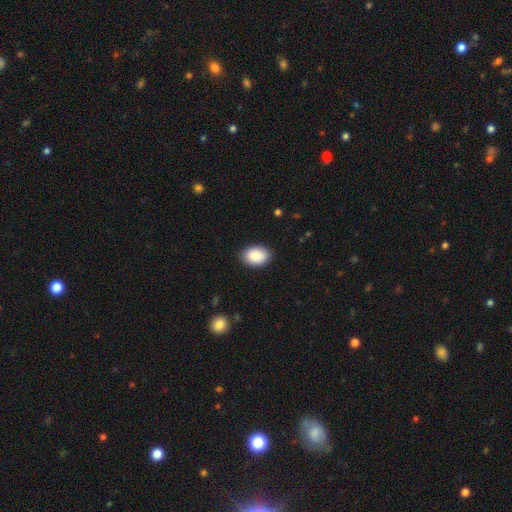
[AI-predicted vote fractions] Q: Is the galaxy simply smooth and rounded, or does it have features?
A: smooth — 89%.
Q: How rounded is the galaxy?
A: in between — 77%.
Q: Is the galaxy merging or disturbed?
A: none — 88%.